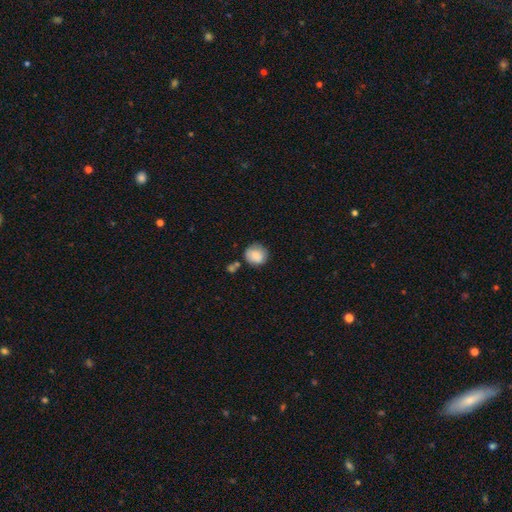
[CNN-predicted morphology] smooth-or-featured: smooth: 83% | featured or disk: 9% | star or artifact: 8%
  how-rounded: round: 84% | in between: 15% | cigar-shaped: 1%
  merging: none: 65% | minor disturbance: 22% | merger: 7% | major disturbance: 5%